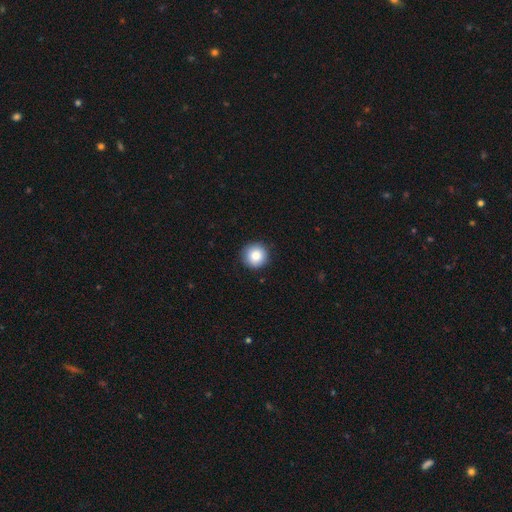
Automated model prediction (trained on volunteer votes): Overall: smooth (86%). How rounded: round (95%). Merging: none (91%).